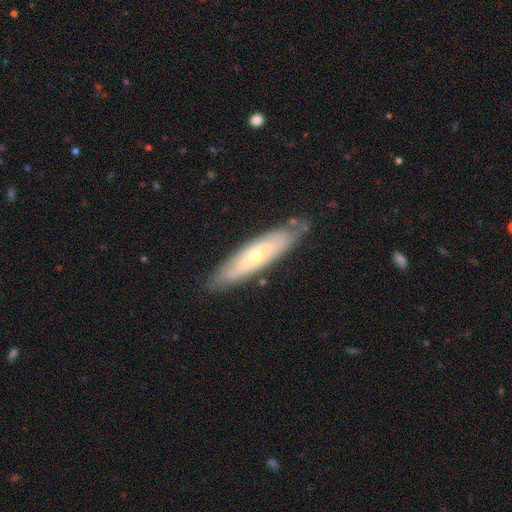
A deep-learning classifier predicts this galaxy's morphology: This appears to be a featured or disk galaxy (58%). Merging: none (79%).